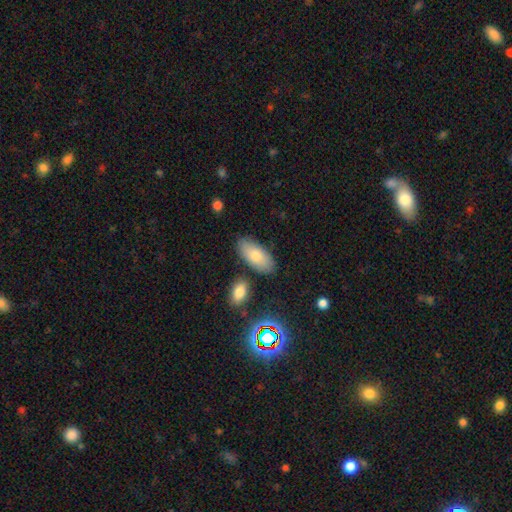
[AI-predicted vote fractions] A smooth galaxy with no disk features (78%) that is in between round and cigar-shaped (91%). Merging: none (80%).